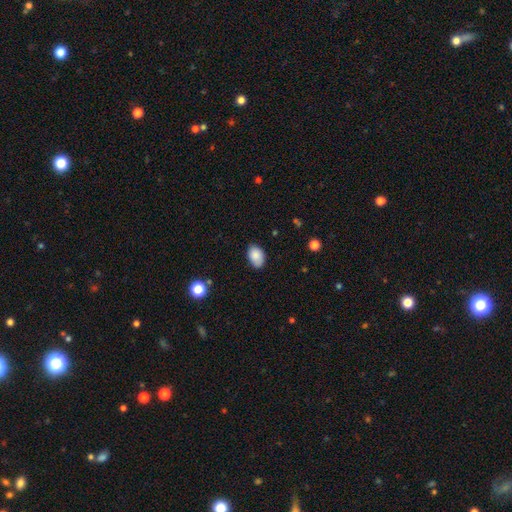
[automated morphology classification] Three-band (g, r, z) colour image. It shows a smooth galaxy with no disk features (86%) that is in between round and cigar-shaped (87%). Merging: none (79%).